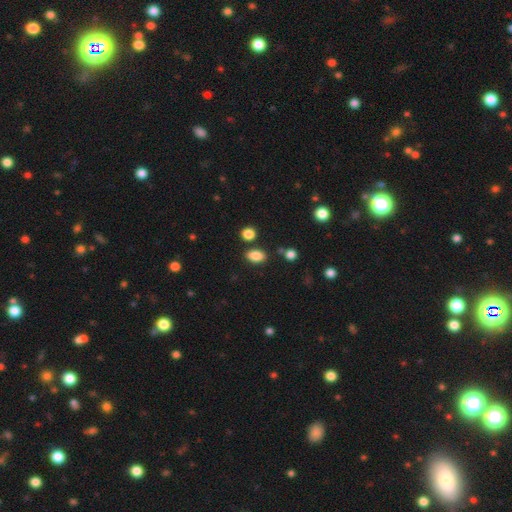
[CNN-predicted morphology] Overall: smooth (86%). How rounded: in between (86%). Merging: none (81%).